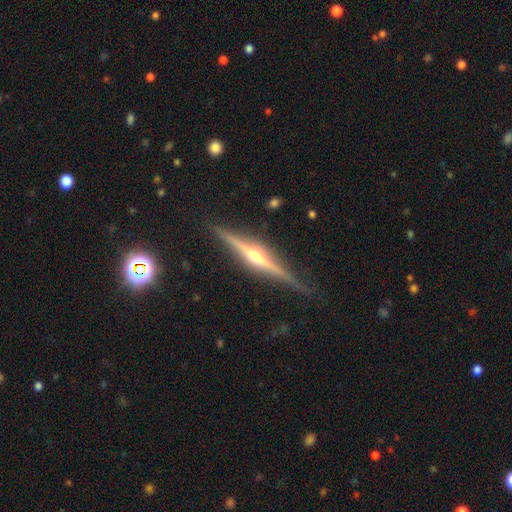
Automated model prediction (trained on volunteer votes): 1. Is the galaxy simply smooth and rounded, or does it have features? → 85% featured or disk, 9% smooth, 6% star or artifact.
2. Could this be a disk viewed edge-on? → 98% yes, 2% no.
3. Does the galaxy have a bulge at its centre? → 91% rounded, 4% none, 4% boxy.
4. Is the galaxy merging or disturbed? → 87% none, 9% minor disturbance, 2% major disturbance, 1% merger.